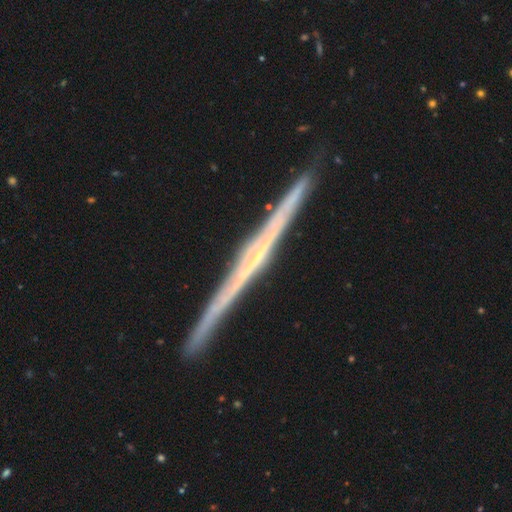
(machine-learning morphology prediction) A featured or disk galaxy (83%) viewed edge-on (98%) with no central bulge (61%).

Vote fractions:
- Smooth or featured? featured or disk: 83% / smooth: 12% / star or artifact: 5%
- Edge-on disk? yes: 98% / no: 2%
- Edge-on bulge? none: 61% / rounded: 28% / boxy: 11%
- Merging? none: 90% / minor disturbance: 7% / major disturbance: 1% / merger: 1%